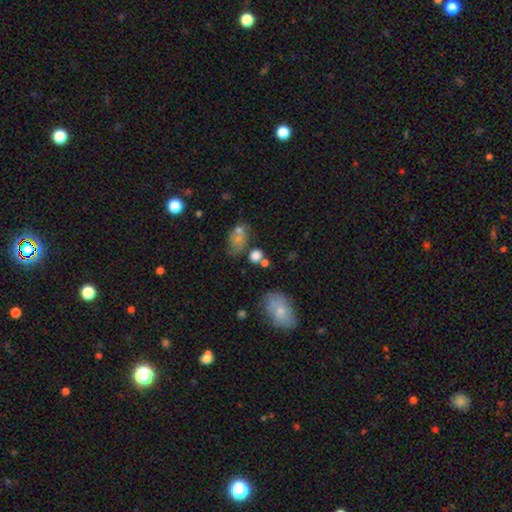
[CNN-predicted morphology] smooth-or-featured: smooth: 73% | star or artifact: 14% | featured or disk: 13%
  how-rounded: round: 60% | in between: 37% | cigar-shaped: 2%
  merging: none: 51% | merger: 24% | minor disturbance: 16% | major disturbance: 9%